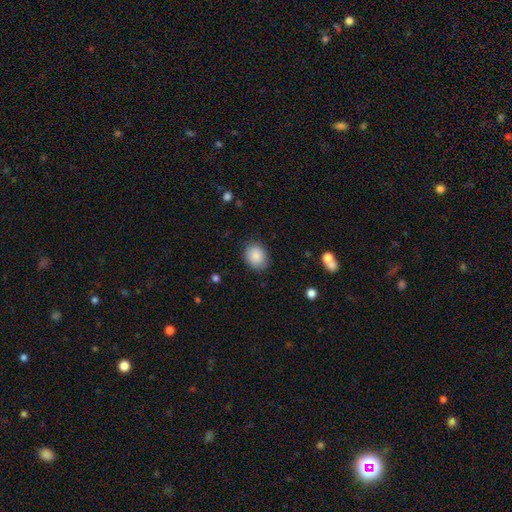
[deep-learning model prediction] A smooth galaxy with no disk features (87%) that is in between round and cigar-shaped (50%). Merging: none (85%).